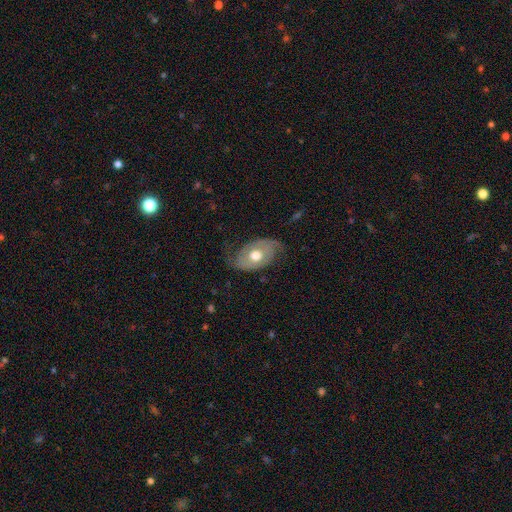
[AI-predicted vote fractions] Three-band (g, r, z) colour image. It shows a featured or disk galaxy (70%) with no bar (78%), 2 (86%) loose (39%) spiral arms (82%) and a moderate central bulge (73%). Merging: none (64%).